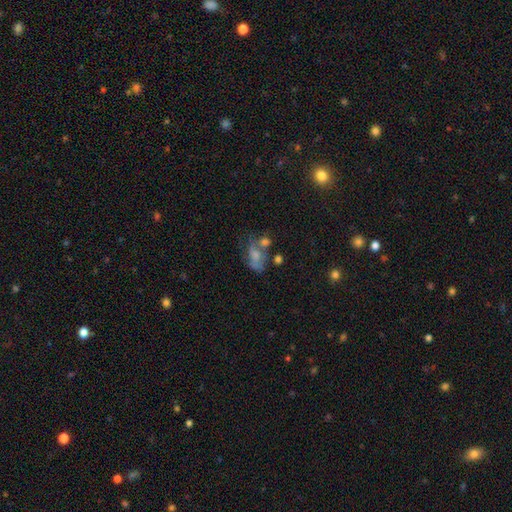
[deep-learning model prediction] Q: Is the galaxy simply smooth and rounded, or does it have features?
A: smooth — 51%.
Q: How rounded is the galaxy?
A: in between — 81%.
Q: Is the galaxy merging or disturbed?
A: merger — 30%.